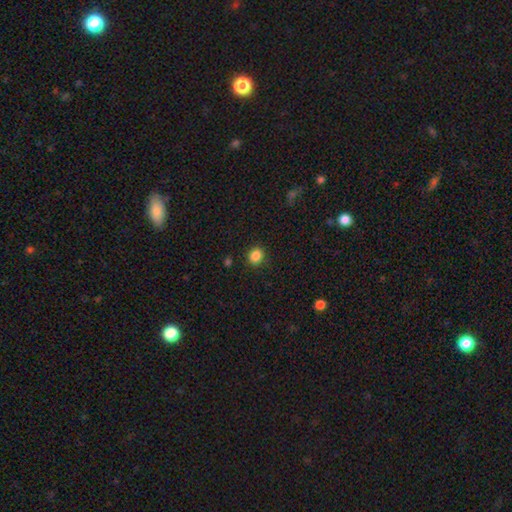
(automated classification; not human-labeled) This is clearly a smooth galaxy (86%). How rounded: likely round (70%). Merging: clearly none (89%).